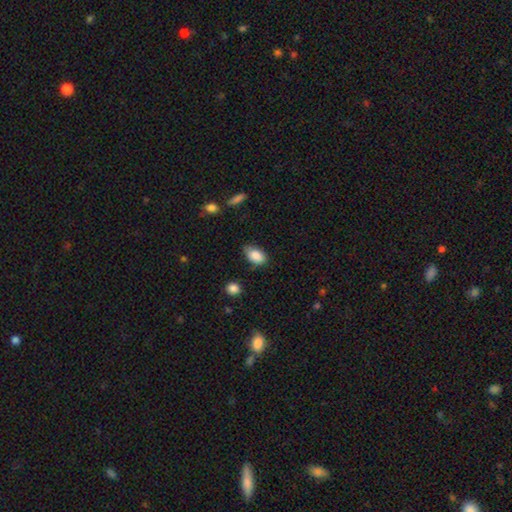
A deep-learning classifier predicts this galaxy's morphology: This is clearly a smooth galaxy (87%). How rounded: clearly in between (90%). Merging: likely none (65%).